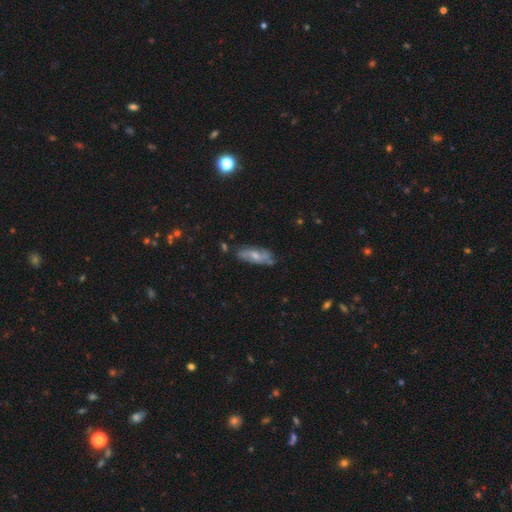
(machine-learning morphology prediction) A featured or disk galaxy (50%).

Vote fractions:
- Smooth or featured? featured or disk: 50% / smooth: 42% / star or artifact: 8%
- Edge-on disk? no: 80% / yes: 20%
- Merging? none: 68% / minor disturbance: 22% / major disturbance: 6% / merger: 4%